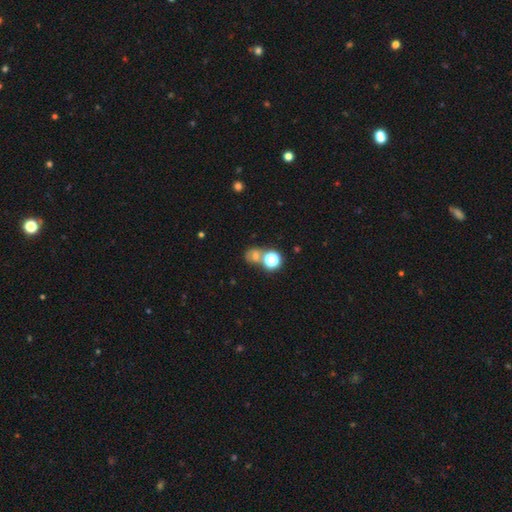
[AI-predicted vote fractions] A smooth galaxy with no disk features (55%) that is round (68%). Merging: none (48%).